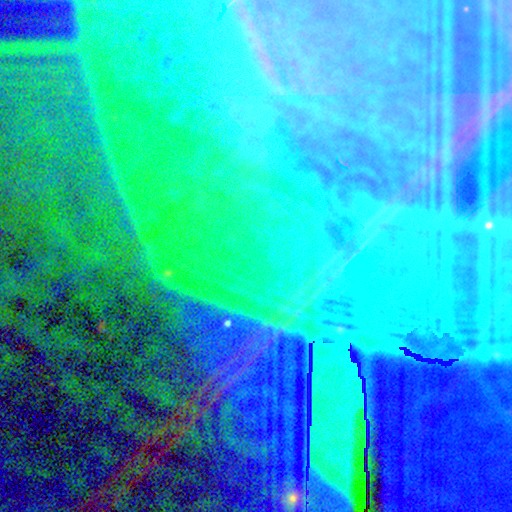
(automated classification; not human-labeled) Smooth or featured: star or artifact — 88% (featured or disk — 7%)